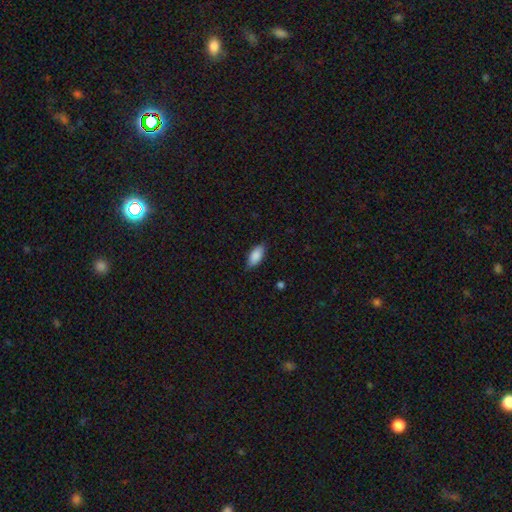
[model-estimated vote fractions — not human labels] Overall: smooth (88%). How rounded: in between (91%). Merging: none (82%).